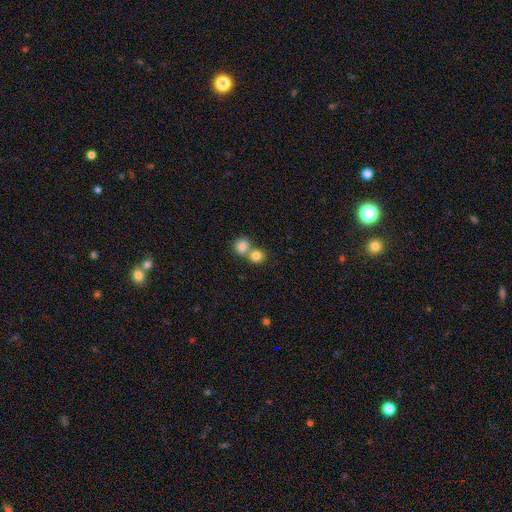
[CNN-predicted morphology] This is clearly a smooth galaxy (82%). How rounded: likely round (79%). Merging: possibly merger (53%).